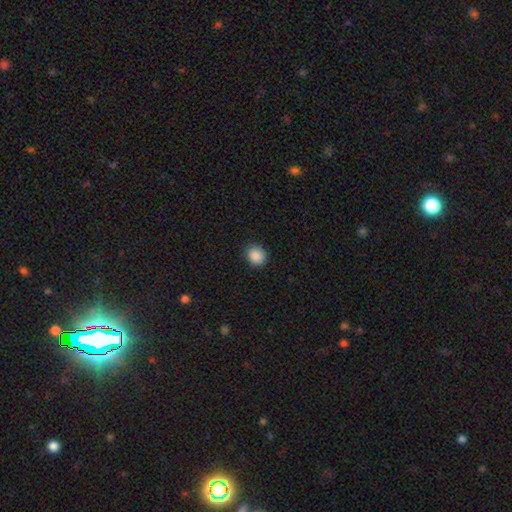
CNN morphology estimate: The model was most divided on "how rounded": round: 74%, in between: 25%, cigar-shaped: 1%. More confident: smooth or featured — smooth (88%); merging — none (86%).